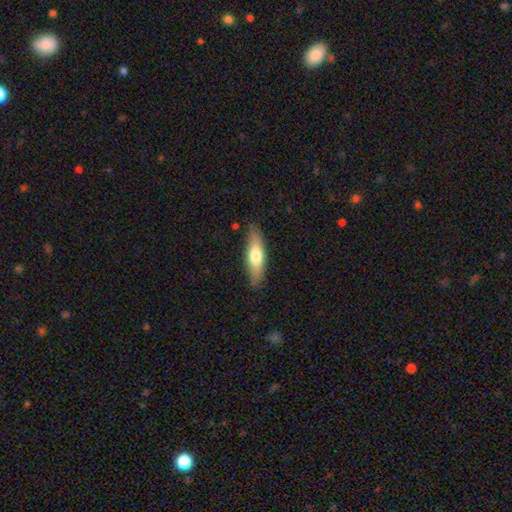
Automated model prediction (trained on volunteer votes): Overall: smooth (64%; featured or disk 31%). How rounded: cigar-shaped (60%; in between 38%). Merging: none (84%).